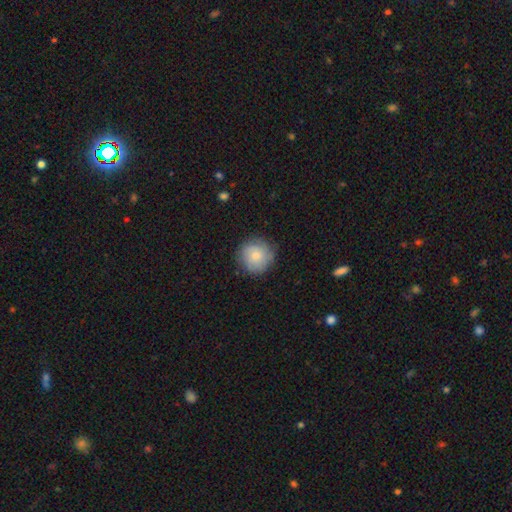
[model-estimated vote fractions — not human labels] Smooth or featured: smooth — 72% (featured or disk — 21%)
How rounded: round — 94% (in between — 5%)
Merging: none — 81% (minor disturbance — 14%)